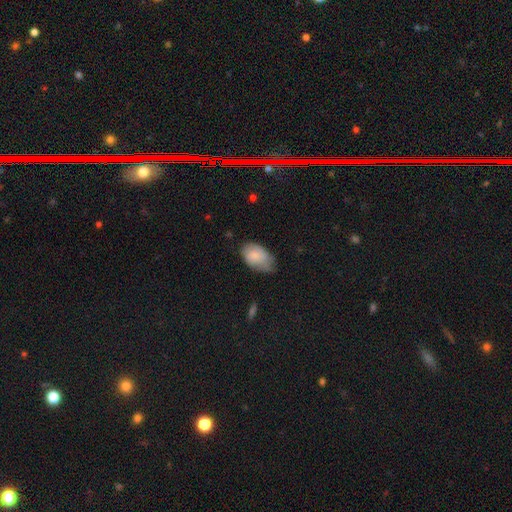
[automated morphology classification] smooth_or_featured: smooth (p=0.82) [alt: featured or disk p=0.11]
how_rounded: in between (p=0.91) [alt: round p=0.08]
merging: none (p=0.44) [alt: minor disturbance p=0.43]